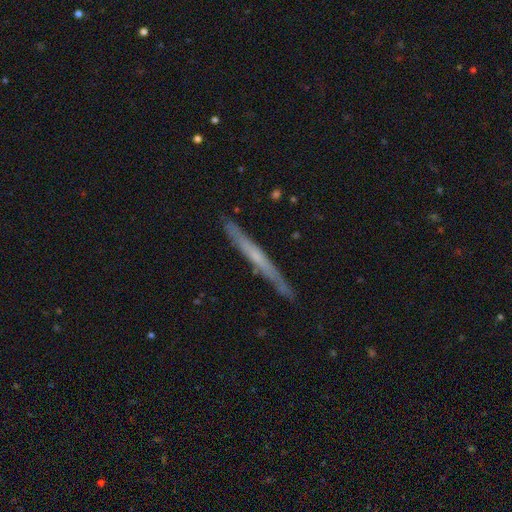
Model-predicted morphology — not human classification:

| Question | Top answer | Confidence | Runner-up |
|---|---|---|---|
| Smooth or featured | featured or disk | 58% | smooth (36%) |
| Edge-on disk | yes | 95% | no (5%) |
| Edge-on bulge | none | 72% | rounded (22%) |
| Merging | none | 86% | minor disturbance (11%) |